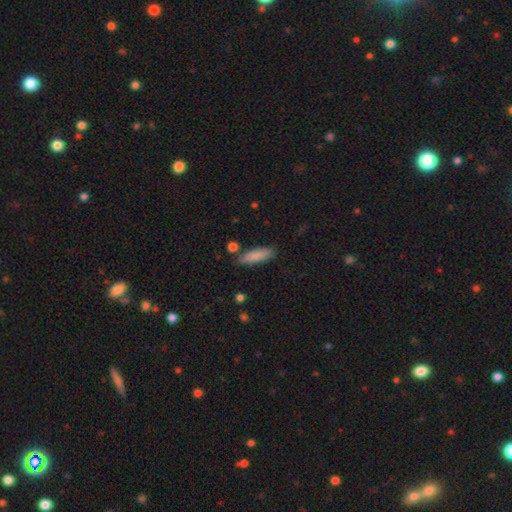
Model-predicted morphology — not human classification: Smooth or featured?
  - smooth: 86% *
  - featured or disk: 7%
  - star or artifact: 7%
How rounded?
  - cigar-shaped: 55% *
  - in between: 44%
  - round: 2%
Merging?
  - none: 82% *
  - minor disturbance: 11%
  - merger: 4%
  - major disturbance: 3%